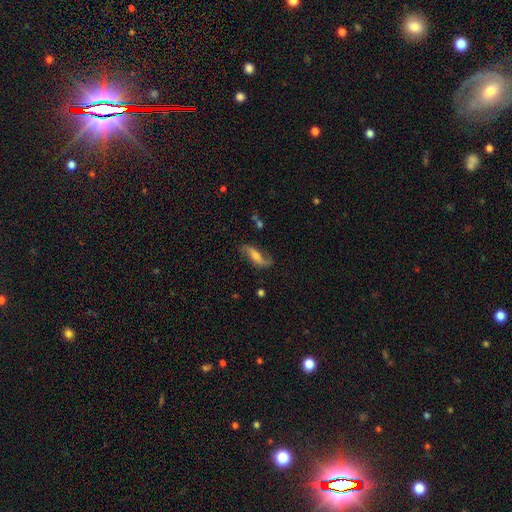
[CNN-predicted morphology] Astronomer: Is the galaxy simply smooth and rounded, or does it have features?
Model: featured or disk — 72%.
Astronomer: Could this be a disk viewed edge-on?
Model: no — 88%.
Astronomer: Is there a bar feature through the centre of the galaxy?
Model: weak — 38% (runner-up: no, 37%).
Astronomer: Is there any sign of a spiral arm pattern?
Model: yes — 93%.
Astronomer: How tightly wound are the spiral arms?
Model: loose — 76%.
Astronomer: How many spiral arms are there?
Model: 2 — 90%.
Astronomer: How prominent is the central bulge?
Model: moderate — 34% (runner-up: small, 31%).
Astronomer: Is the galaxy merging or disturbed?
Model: none — 72%.